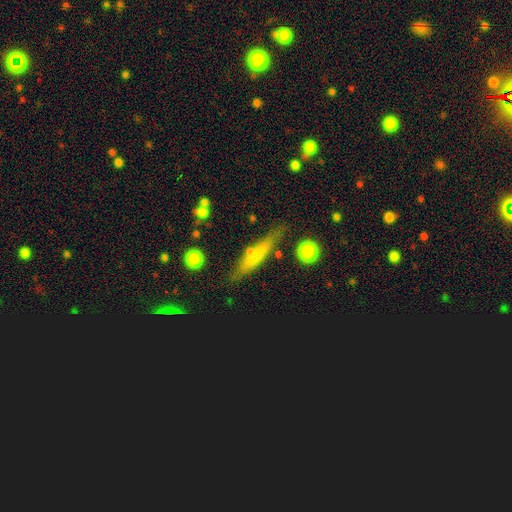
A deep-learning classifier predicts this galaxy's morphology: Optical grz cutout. It shows a smooth galaxy with no disk features (60%) that is cigar-shaped (86%). Merging: none (76%).